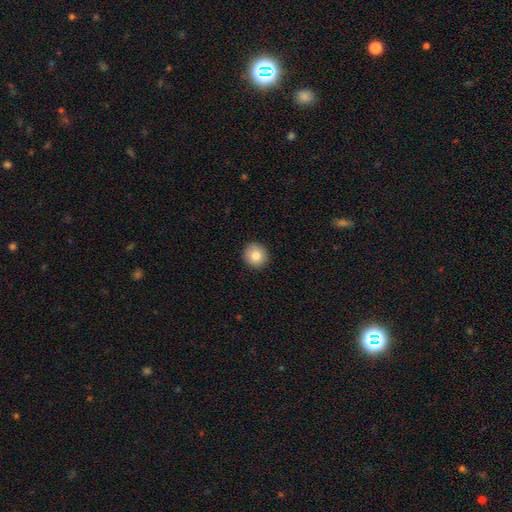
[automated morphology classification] A smooth galaxy with no disk features (83%) that is round (93%).

Vote fractions:
- Smooth or featured? smooth: 83% / star or artifact: 9% / featured or disk: 9%
- How rounded? round: 93% / in between: 6% / cigar-shaped: 1%
- Merging? none: 92% / minor disturbance: 6% / major disturbance: 2% / merger: 1%